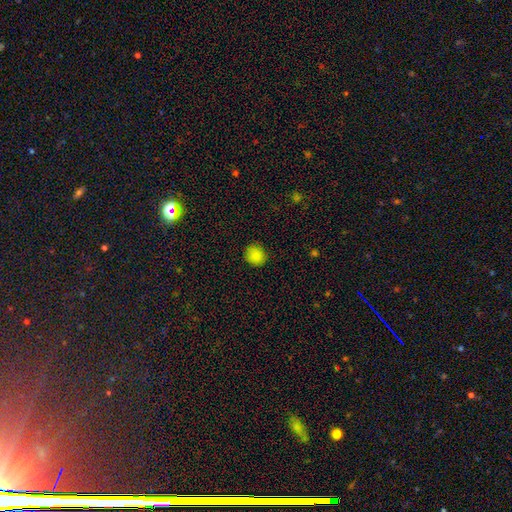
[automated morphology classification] The model was most divided on "how rounded": round: 84%, in between: 15%, cigar-shaped: 1%. More confident: merging — none (88%); smooth or featured — smooth (85%).